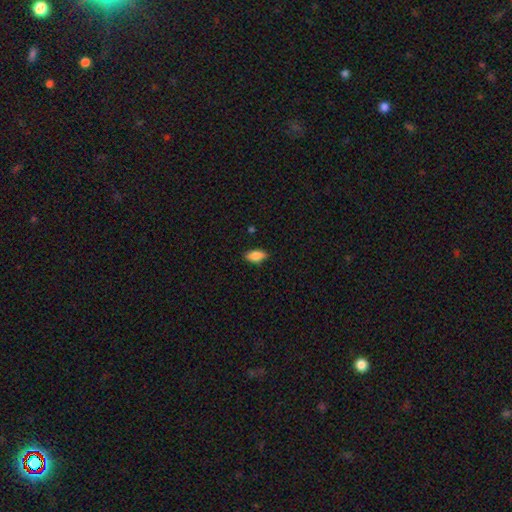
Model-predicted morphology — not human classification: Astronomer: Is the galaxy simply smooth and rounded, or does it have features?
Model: smooth — 84%.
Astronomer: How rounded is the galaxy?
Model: in between — 87%.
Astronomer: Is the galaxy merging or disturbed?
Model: none — 86%.